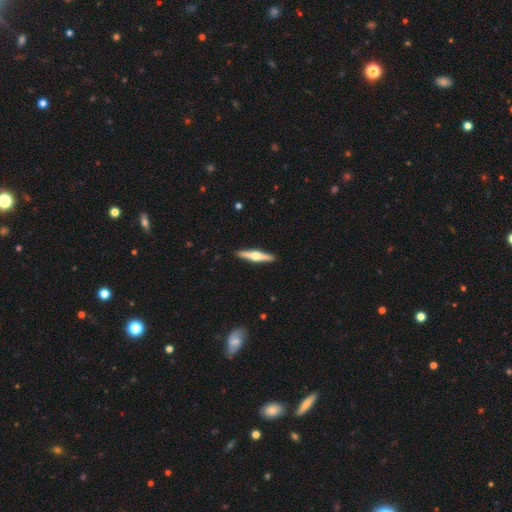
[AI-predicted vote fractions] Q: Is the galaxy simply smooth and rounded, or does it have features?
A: featured or disk — 70%.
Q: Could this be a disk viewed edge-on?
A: yes — 98%.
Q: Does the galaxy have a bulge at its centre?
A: rounded — 95%.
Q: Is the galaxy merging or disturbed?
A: none — 92%.